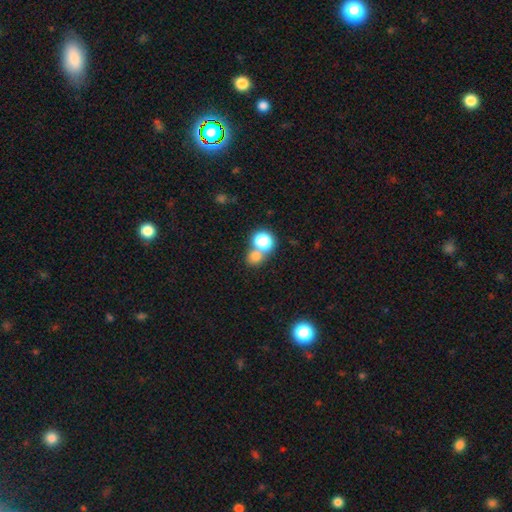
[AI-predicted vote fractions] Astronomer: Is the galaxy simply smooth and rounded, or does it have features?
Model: smooth — 74%.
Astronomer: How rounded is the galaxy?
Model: round — 78%.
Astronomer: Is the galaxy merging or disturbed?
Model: merger — 46% (runner-up: none, 44%).